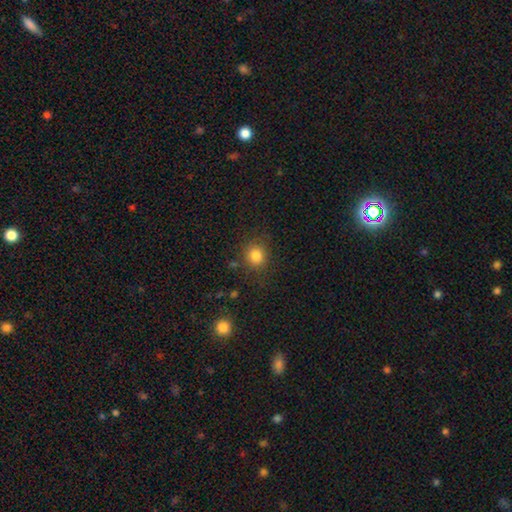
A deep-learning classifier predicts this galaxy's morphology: Smooth or featured: smooth — 82% (star or artifact — 12%)
How rounded: round — 81% (in between — 18%)
Merging: none — 81% (minor disturbance — 12%)